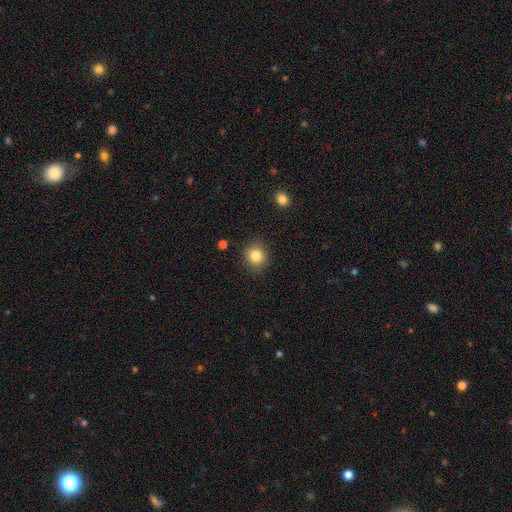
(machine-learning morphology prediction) smooth-or-featured: smooth: 84% | star or artifact: 10% | featured or disk: 5%
  how-rounded: round: 83% | in between: 16% | cigar-shaped: 1%
  merging: none: 88% | minor disturbance: 8% | major disturbance: 2% | merger: 2%